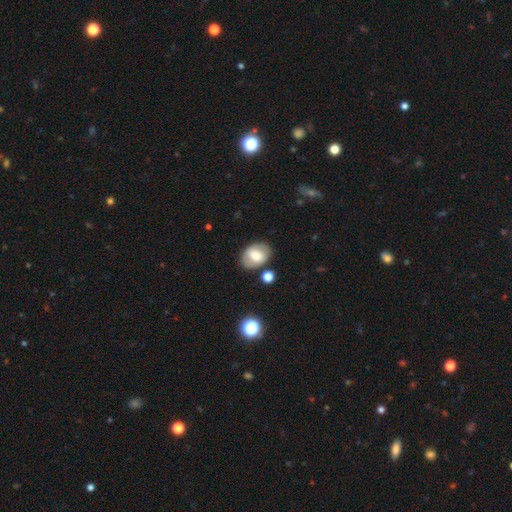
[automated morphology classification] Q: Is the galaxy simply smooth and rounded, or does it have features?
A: smooth — 66%.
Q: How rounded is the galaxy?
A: in between — 77%.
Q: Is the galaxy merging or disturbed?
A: none — 77%.